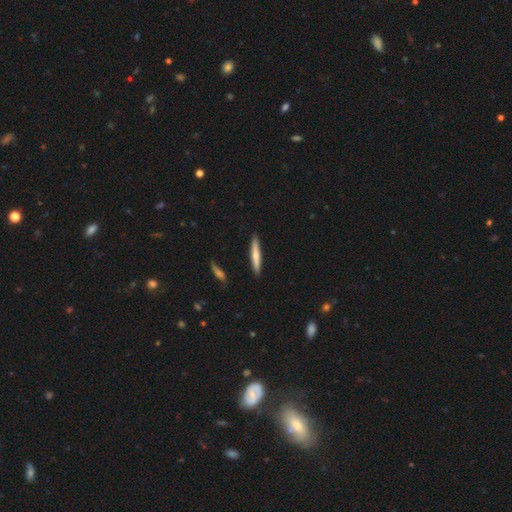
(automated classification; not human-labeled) Overall: smooth (58%; featured or disk 37%). How rounded: cigar-shaped (93%). Merging: none (89%).